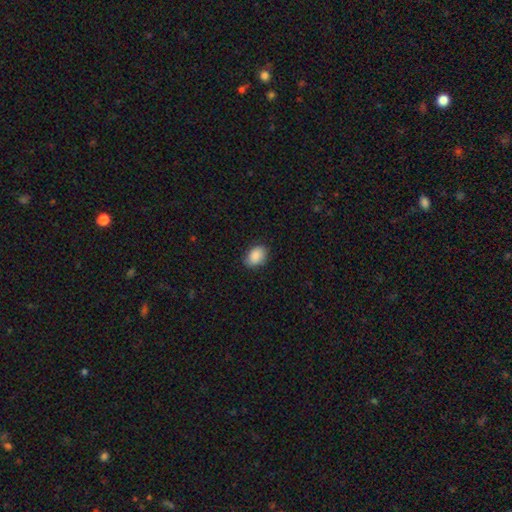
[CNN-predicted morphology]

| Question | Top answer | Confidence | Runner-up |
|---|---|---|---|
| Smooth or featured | smooth | 88% | star or artifact (7%) |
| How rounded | in between | 75% | round (24%) |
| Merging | none | 83% | minor disturbance (13%) |